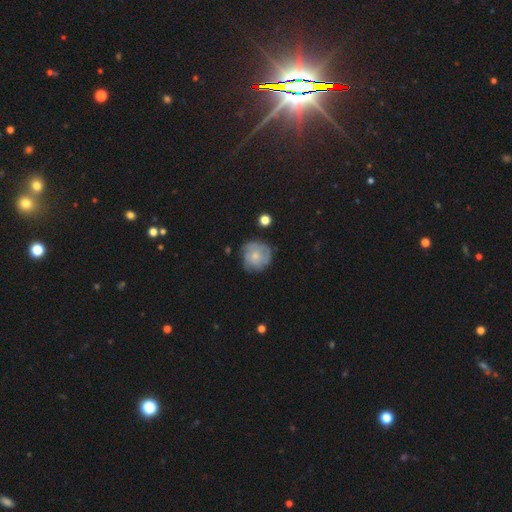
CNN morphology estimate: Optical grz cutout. It shows a featured or disk galaxy (53%) with no bar (81%), spiral arms (73%) and a small central bulge (55%). Merging: none (69%).